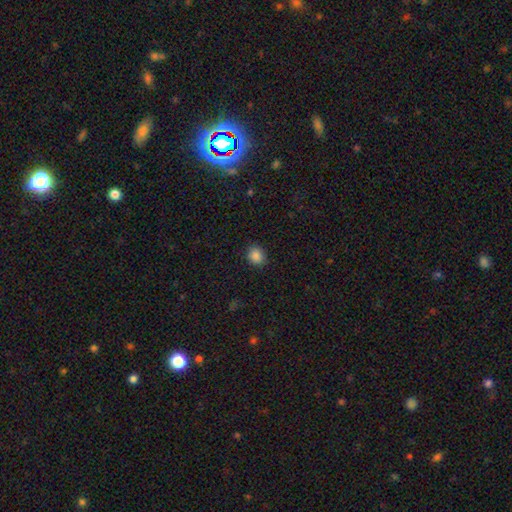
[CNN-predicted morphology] smooth 86%, star or artifact 11%, featured or disk 3%. Down the decision tree: how rounded — round (69%); merging — none (88%).